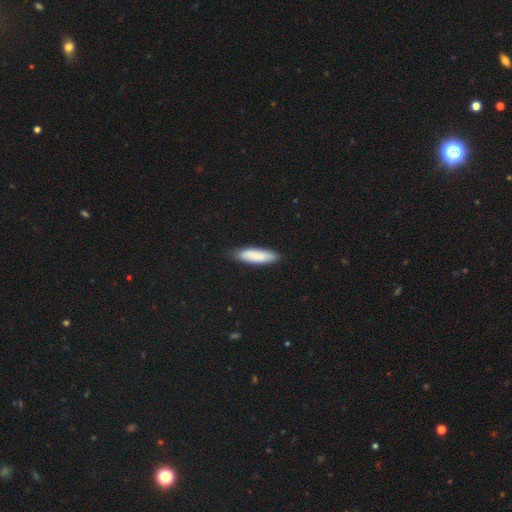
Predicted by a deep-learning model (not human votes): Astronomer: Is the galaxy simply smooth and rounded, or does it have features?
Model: smooth — 85%.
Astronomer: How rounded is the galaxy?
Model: cigar-shaped — 57% (runner-up: in between, 41%).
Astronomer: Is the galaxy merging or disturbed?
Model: none — 84%.